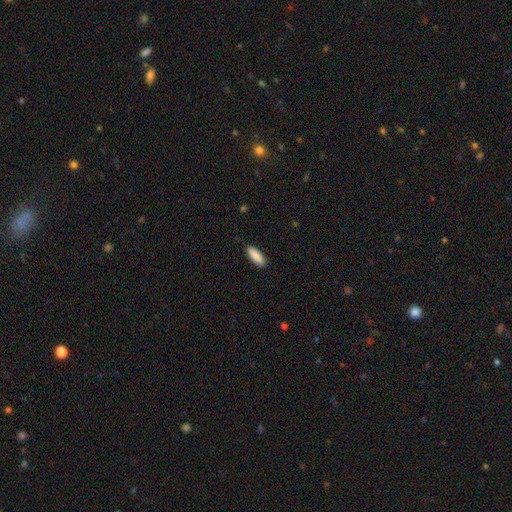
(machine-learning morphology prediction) Smooth or featured? Predicted: smooth (p=0.90). How rounded? Predicted: in between (p=0.61). Merging? Predicted: none (p=0.89).